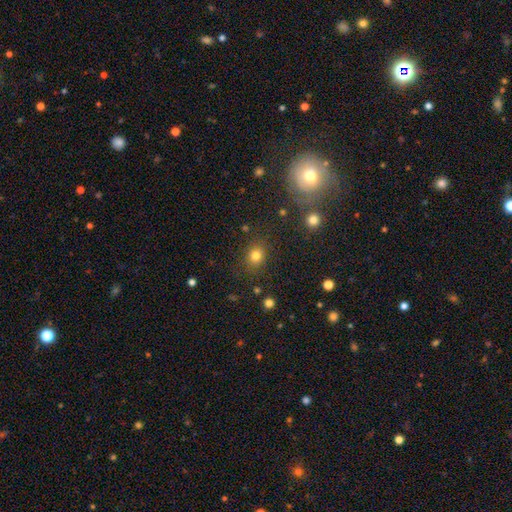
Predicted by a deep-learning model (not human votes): Smooth or featured: smooth — 79% (star or artifact — 15%)
How rounded: round — 69% (in between — 30%)
Merging: none — 83% (minor disturbance — 10%)